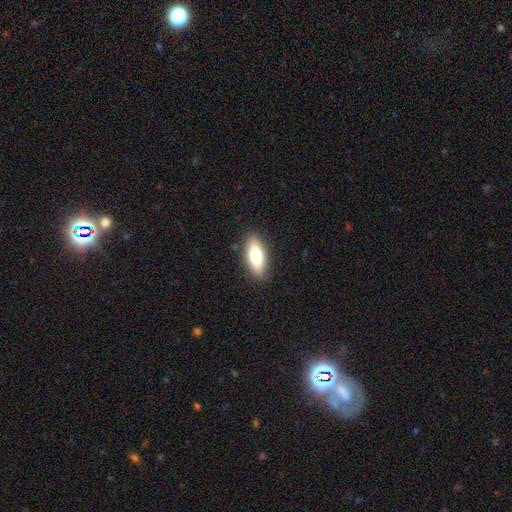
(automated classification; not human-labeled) Smooth or featured?
  - smooth: 71% *
  - featured or disk: 23%
  - star or artifact: 7%
How rounded?
  - in between: 74% *
  - cigar-shaped: 24%
  - round: 3%
Merging?
  - none: 87% *
  - minor disturbance: 10%
  - major disturbance: 2%
  - merger: 1%